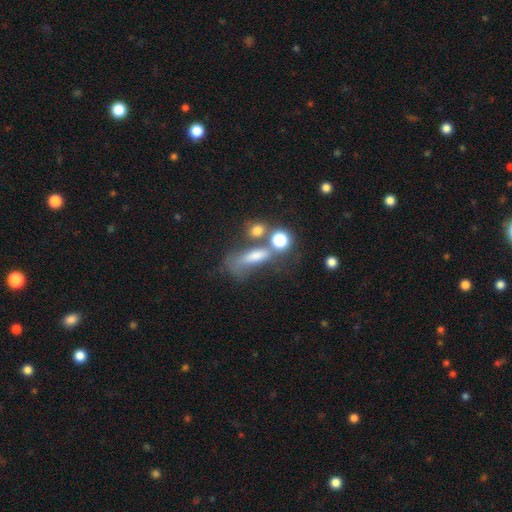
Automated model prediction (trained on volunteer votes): The model was most divided on "merging": merger: 34%, none: 26%, major disturbance: 25%, minor disturbance: 15%. More confident: smooth or featured — smooth (57%); how rounded — in between (50%).